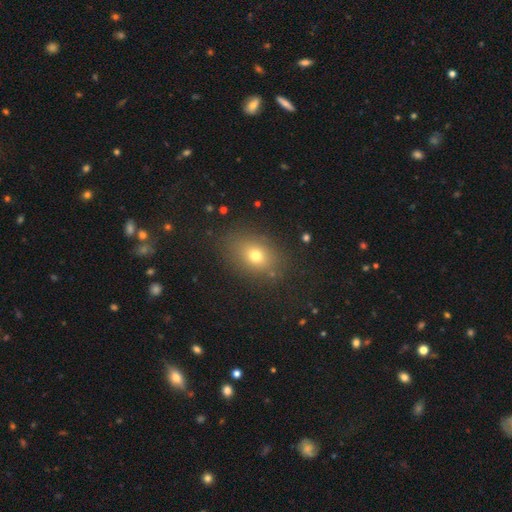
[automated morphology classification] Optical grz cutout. It shows a smooth galaxy with no disk features (72%) that is in between round and cigar-shaped (65%). Merging: none (83%).